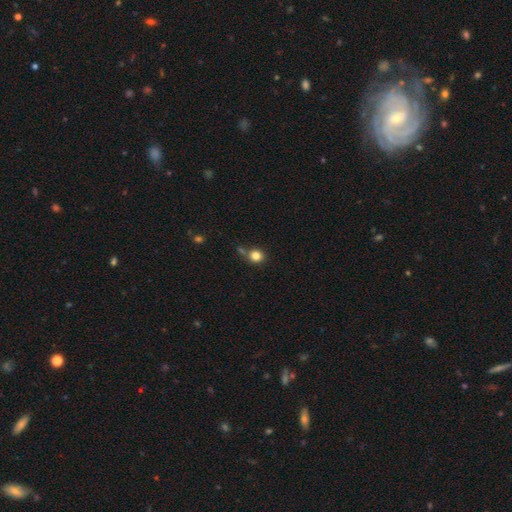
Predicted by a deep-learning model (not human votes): Smooth or featured?
  - smooth: 82% *
  - star or artifact: 12%
  - featured or disk: 6%
How rounded?
  - round: 84% *
  - in between: 15%
  - cigar-shaped: 1%
Merging?
  - none: 67% *
  - minor disturbance: 14%
  - merger: 14%
  - major disturbance: 5%